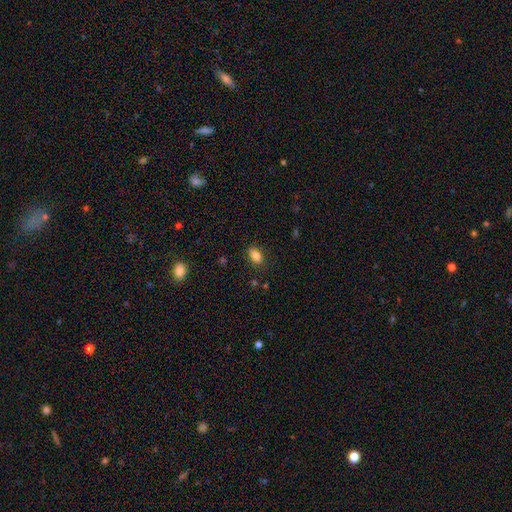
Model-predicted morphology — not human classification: This appears to be a smooth galaxy with no disk features (83%) that is in between round and cigar-shaped (87%). Merging: none (81%).